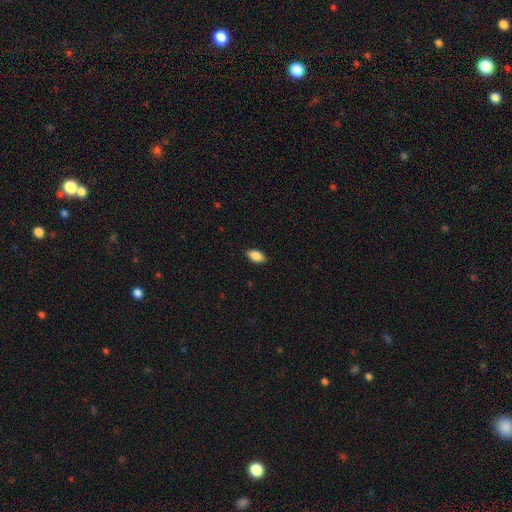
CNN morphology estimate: This appears to be a smooth galaxy with no disk features (87%) that is in between round and cigar-shaped (92%). Merging: none (87%).